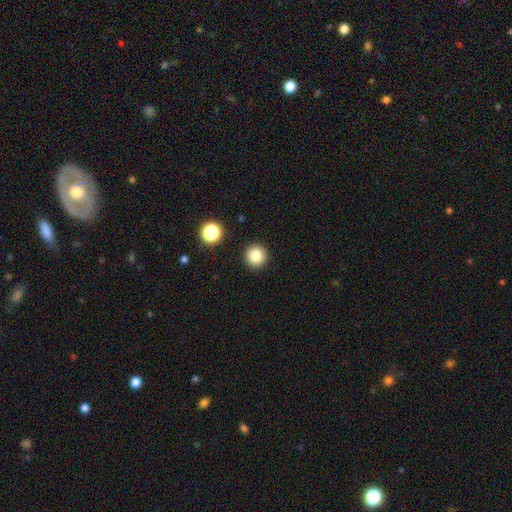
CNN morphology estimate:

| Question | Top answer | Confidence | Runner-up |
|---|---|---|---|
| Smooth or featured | smooth | 82% | star or artifact (12%) |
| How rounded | round | 95% | in between (4%) |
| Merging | none | 92% | minor disturbance (5%) |